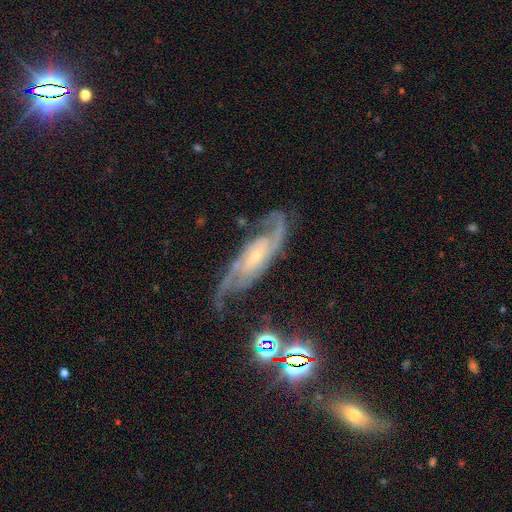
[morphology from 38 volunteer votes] smooth_or_featured: featured or disk (p=0.92) [alt: star or artifact p=0.08]
disk_edge_on: no (p=0.89) [alt: yes p=0.11]
bar: weak (p=0.45) [alt: strong p=0.32]
has_spiral_arms: yes (p=0.97) [alt: no p=0.03]
spiral_winding: medium (p=0.70) [alt: tight p=0.23]
spiral_arm_count: 2 (p=0.90) [alt: can't tell p=0.07]
bulge_size: small (p=0.74) [alt: moderate p=0.16]
merging: none (p=0.74) [alt: minor disturbance p=0.14]